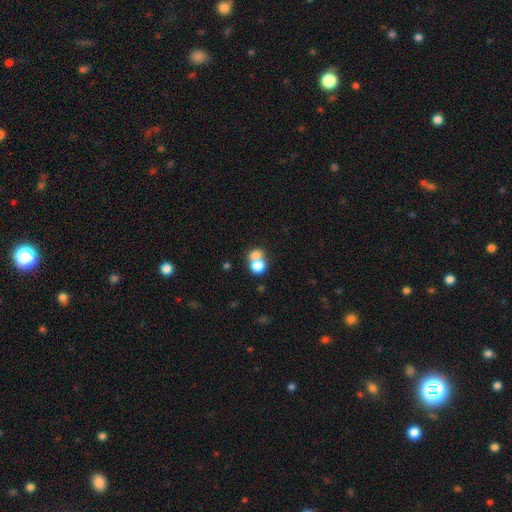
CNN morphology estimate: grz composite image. It shows a smooth galaxy with no disk features (74%) that is round (62%). Merging: merger (62%).